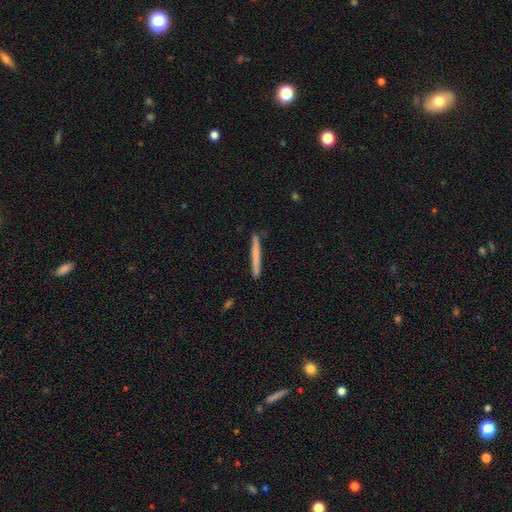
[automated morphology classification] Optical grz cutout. It shows a smooth galaxy with no disk features (65%) that is cigar-shaped (97%). Merging: none (89%).